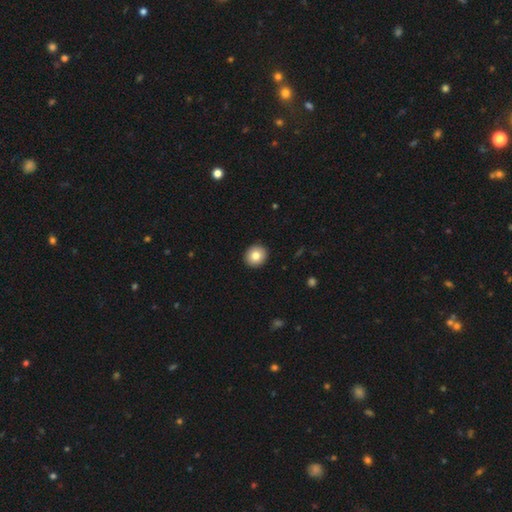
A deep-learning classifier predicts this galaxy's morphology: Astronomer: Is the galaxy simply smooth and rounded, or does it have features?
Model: smooth — 82%.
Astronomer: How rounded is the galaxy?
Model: round — 85%.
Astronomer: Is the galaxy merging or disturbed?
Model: none — 93%.